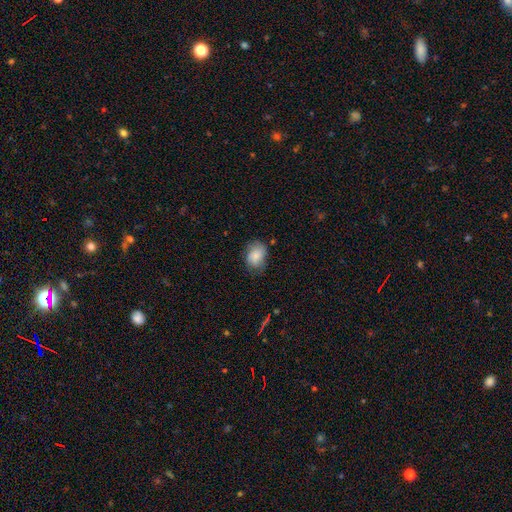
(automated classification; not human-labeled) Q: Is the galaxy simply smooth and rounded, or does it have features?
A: smooth — 80%.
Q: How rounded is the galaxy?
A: in between — 63%.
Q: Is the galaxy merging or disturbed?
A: none — 62%.